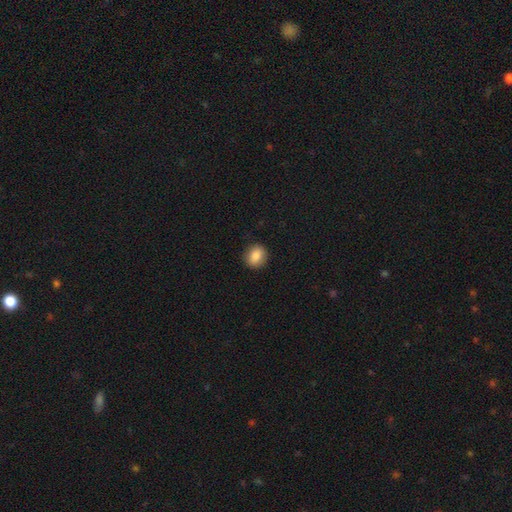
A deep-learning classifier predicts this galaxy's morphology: This is clearly a smooth galaxy (86%). How rounded: likely round (69%). Merging: clearly none (87%).